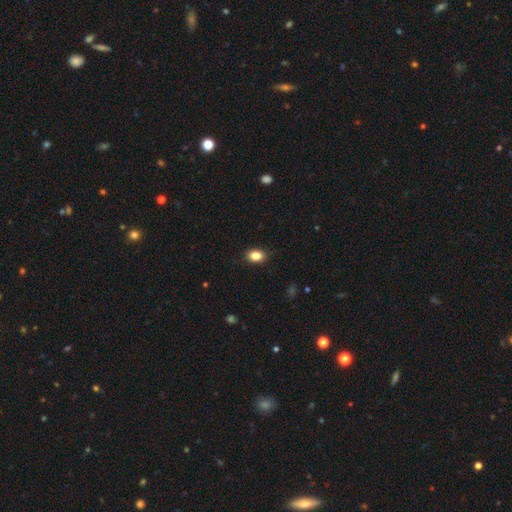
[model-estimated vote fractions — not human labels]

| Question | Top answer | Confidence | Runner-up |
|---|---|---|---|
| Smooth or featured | smooth | 86% | star or artifact (9%) |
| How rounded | in between | 79% | round (20%) |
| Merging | none | 88% | minor disturbance (9%) |